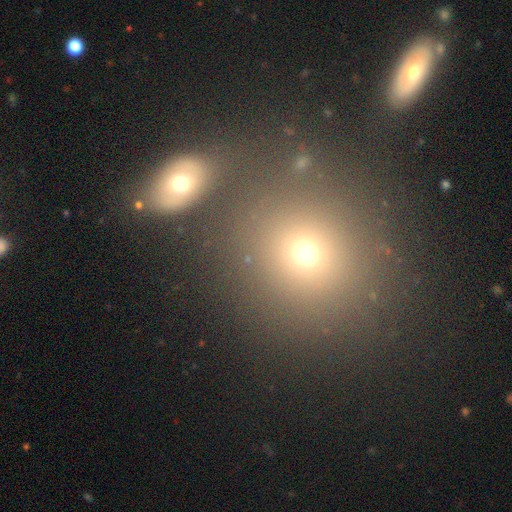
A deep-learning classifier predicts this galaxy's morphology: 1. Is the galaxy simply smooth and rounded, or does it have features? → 64% smooth, 23% star or artifact, 13% featured or disk.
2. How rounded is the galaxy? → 82% round, 17% in between, 1% cigar-shaped.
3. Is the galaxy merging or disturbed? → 76% none, 11% merger, 9% minor disturbance, 4% major disturbance.